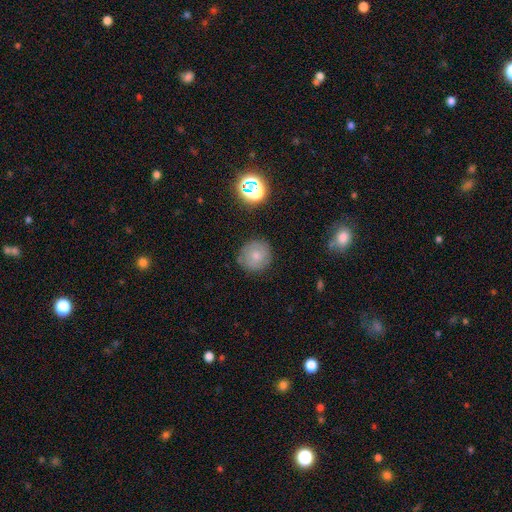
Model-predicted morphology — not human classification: Smooth or featured?
  - smooth: 62% *
  - featured or disk: 26%
  - star or artifact: 12%
How rounded?
  - round: 91% *
  - in between: 8%
  - cigar-shaped: 1%
Merging?
  - none: 81% *
  - minor disturbance: 13%
  - major disturbance: 3%
  - merger: 2%